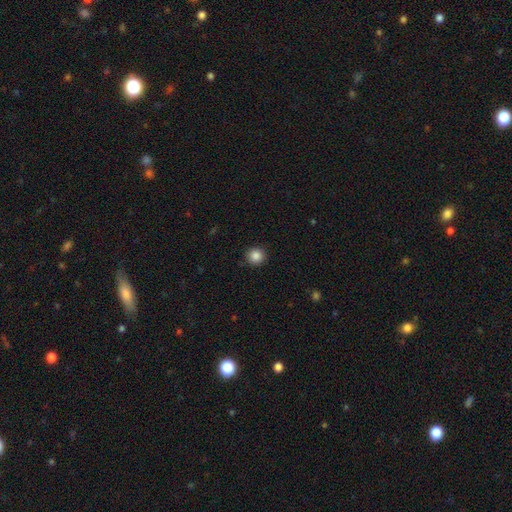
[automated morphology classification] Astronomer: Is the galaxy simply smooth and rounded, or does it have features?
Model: smooth — 86%.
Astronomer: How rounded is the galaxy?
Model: round — 94%.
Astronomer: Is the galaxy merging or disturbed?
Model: none — 91%.